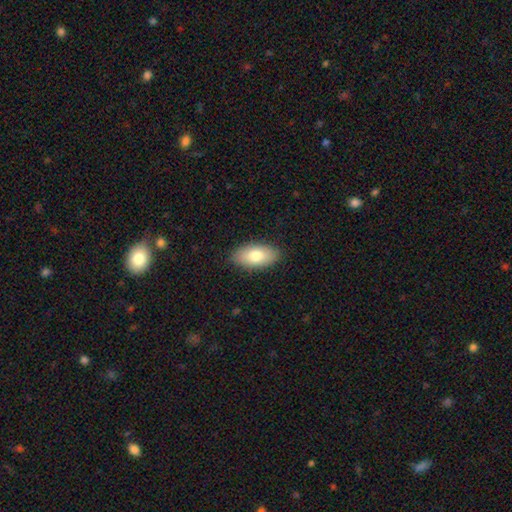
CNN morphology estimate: The model was most divided on "smooth or featured": smooth: 77%, featured or disk: 16%, star or artifact: 7%. More confident: how rounded — in between (93%); merging — none (88%).